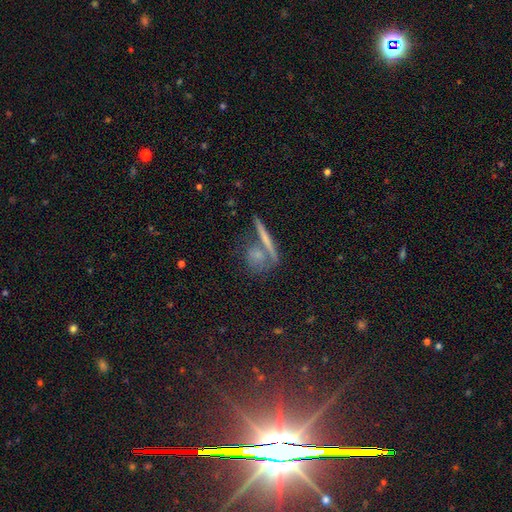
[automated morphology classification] smooth_or_featured: smooth (p=0.58) [alt: featured or disk p=0.30]
how_rounded: round (p=0.48) [alt: cigar-shaped p=0.34]
merging: none (p=0.61) [alt: merger p=0.23]